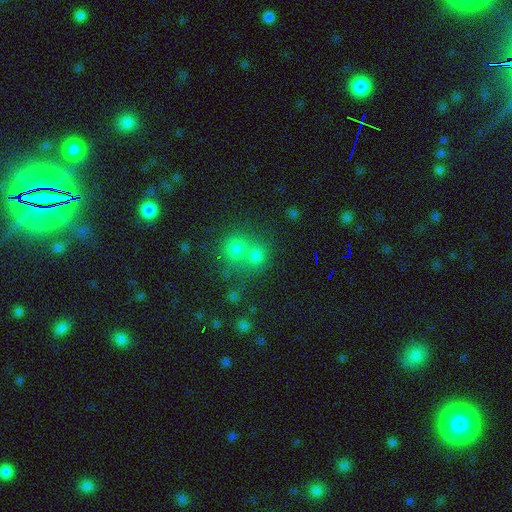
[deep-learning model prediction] Smooth or featured? smooth (70%)
How rounded? round (80%)
Merging? merger (48%)